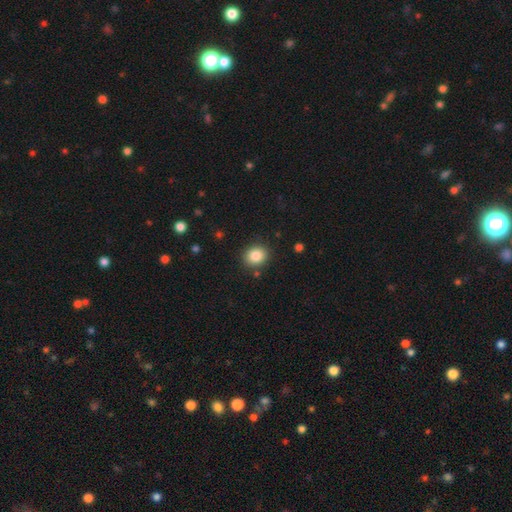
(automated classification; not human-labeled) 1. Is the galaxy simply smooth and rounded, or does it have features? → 85% smooth, 9% star or artifact, 5% featured or disk.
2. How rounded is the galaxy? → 66% round, 33% in between, 1% cigar-shaped.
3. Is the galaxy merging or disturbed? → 87% none, 8% minor disturbance, 3% major disturbance, 2% merger.